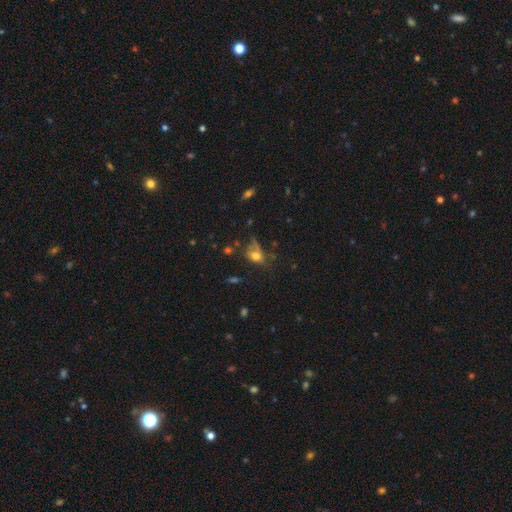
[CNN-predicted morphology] smooth_or_featured: smooth (p=0.64) [alt: featured or disk p=0.20]
how_rounded: in between (p=0.67) [alt: round p=0.28]
merging: none (p=0.33) [alt: major disturbance p=0.30]